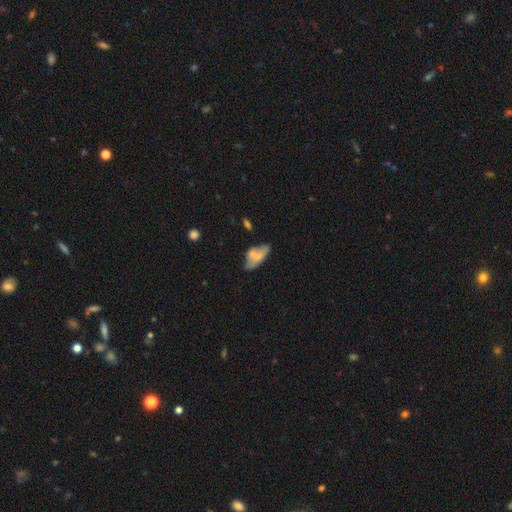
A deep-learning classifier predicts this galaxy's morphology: A smooth galaxy with no disk features (63%) that is in between round and cigar-shaped (85%).

Vote fractions:
- Smooth or featured? smooth: 63% / featured or disk: 29% / star or artifact: 8%
- How rounded? in between: 85% / cigar-shaped: 11% / round: 4%
- Merging? none: 39% / minor disturbance: 25% / merger: 23% / major disturbance: 12%